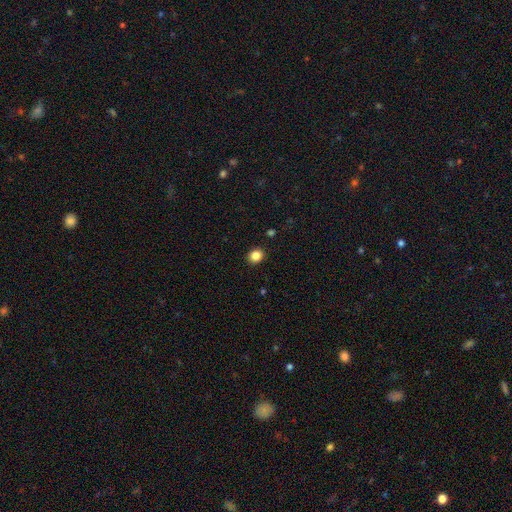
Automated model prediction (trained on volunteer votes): A smooth galaxy with no disk features (86%) that is round (71%). Merging: none (91%).